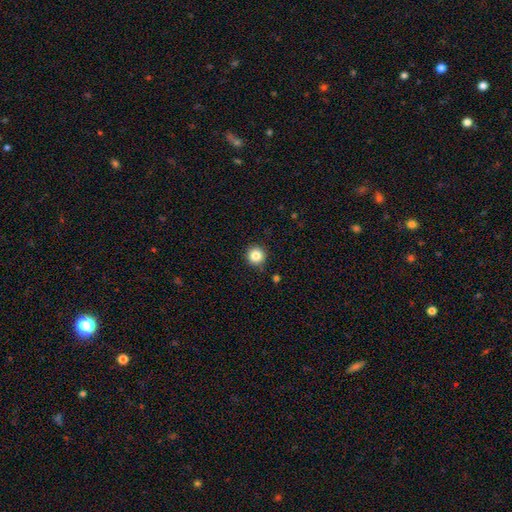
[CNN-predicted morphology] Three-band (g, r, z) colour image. It shows a smooth galaxy with no disk features (85%) that is round (96%). Merging: none (90%).